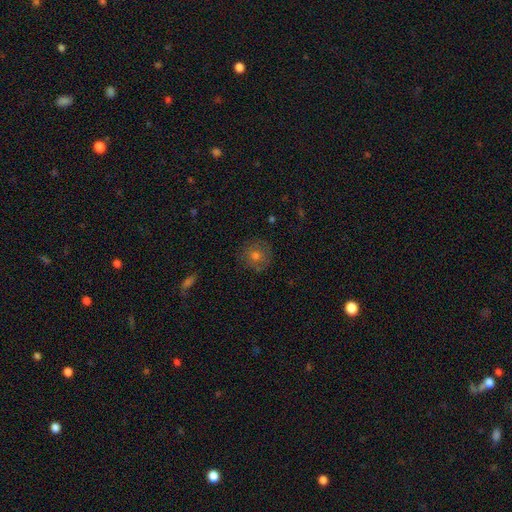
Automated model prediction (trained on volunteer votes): smooth_or_featured: smooth (p=0.63) [alt: featured or disk p=0.20]
how_rounded: round (p=0.94) [alt: in between p=0.05]
merging: none (p=0.85) [alt: minor disturbance p=0.11]